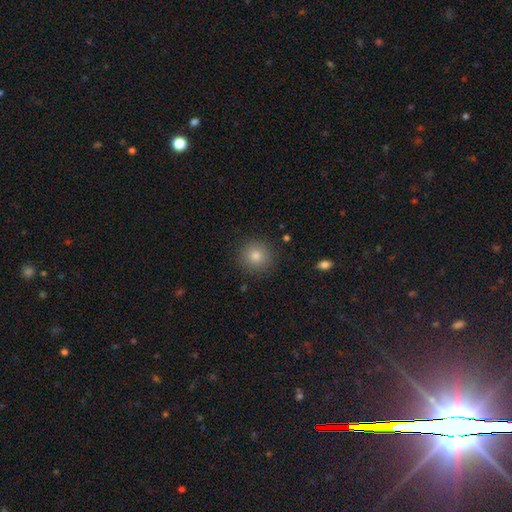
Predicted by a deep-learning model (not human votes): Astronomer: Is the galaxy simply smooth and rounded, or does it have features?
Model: smooth — 81%.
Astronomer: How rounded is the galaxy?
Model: round — 94%.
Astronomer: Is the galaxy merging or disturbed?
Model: none — 90%.